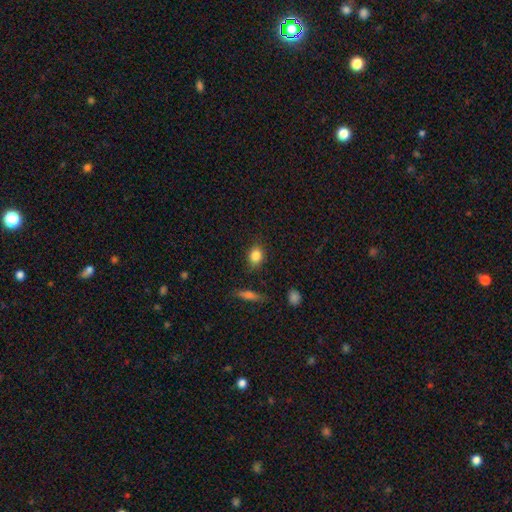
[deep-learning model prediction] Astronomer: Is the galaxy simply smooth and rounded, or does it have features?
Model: smooth — 84%.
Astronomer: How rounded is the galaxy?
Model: round — 53% (runner-up: in between, 45%).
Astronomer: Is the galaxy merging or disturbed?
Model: none — 82%.